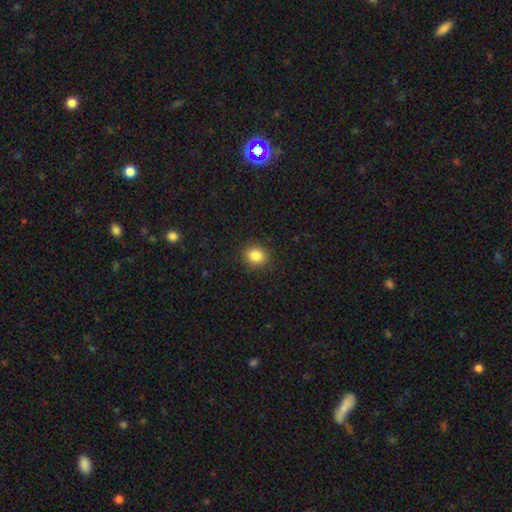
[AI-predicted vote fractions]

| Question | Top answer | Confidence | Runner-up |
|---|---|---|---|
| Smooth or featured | smooth | 85% | star or artifact (10%) |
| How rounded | round | 75% | in between (24%) |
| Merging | none | 90% | minor disturbance (7%) |